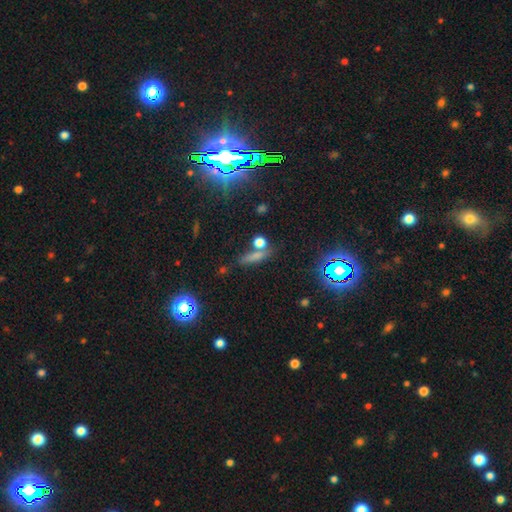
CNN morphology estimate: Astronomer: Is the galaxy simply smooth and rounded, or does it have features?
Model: smooth — 66%.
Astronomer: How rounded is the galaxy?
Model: cigar-shaped — 60%.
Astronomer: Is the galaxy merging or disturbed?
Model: none — 66%.